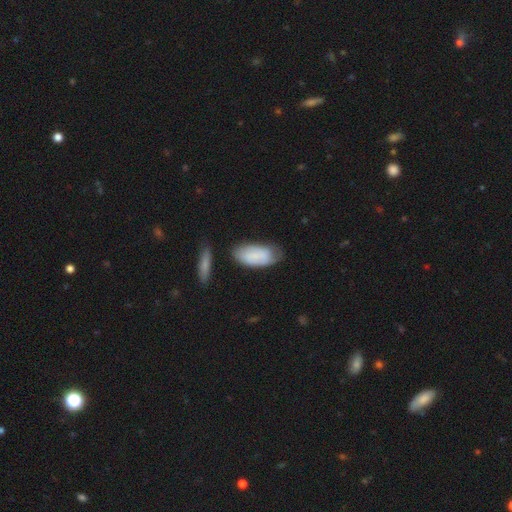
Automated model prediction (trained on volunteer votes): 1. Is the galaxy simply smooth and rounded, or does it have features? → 73% smooth, 20% featured or disk, 7% star or artifact.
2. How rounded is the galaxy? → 91% in between, 6% cigar-shaped, 2% round.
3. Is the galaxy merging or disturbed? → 58% none, 28% minor disturbance, 8% major disturbance, 6% merger.